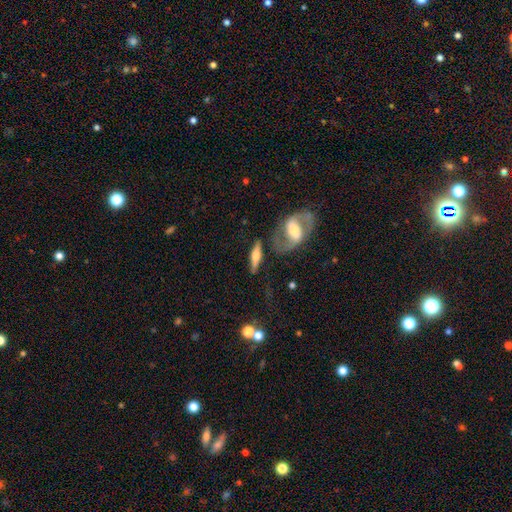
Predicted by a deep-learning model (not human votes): A featured or disk galaxy (63%) viewed edge-on (79%). Merging: none (65%).